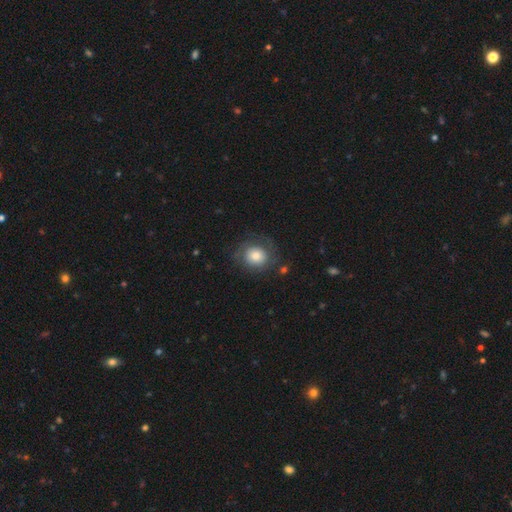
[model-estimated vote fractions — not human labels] Morphology: type=smooth (67%); roundness=round (81%); merging=none (69%).